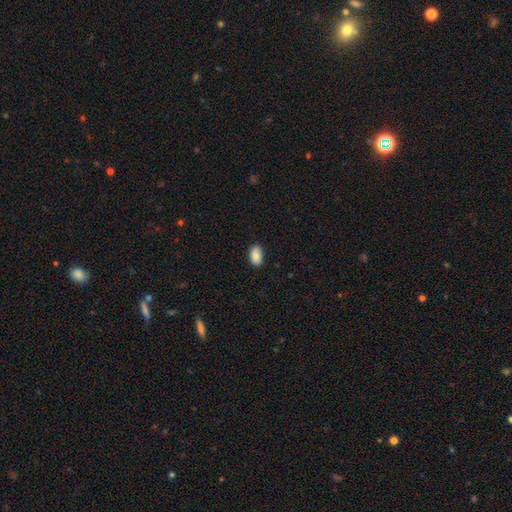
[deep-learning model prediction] This appears to be a smooth galaxy with no disk features (88%) that is in between round and cigar-shaped (94%). Merging: none (86%).